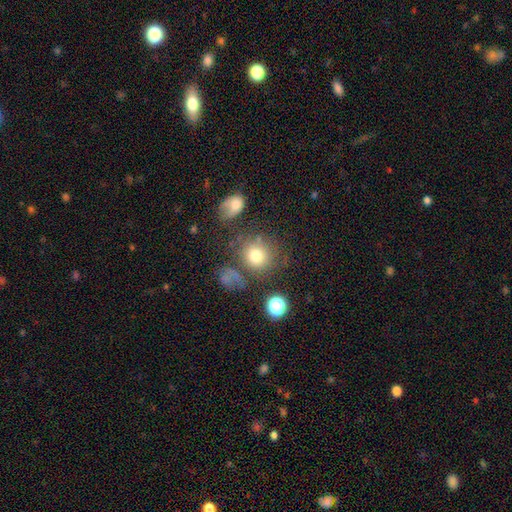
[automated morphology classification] A smooth galaxy with no disk features (75%) that is round (81%).

Vote fractions:
- Smooth or featured? smooth: 75% / star or artifact: 14% / featured or disk: 10%
- How rounded? round: 81% / in between: 18% / cigar-shaped: 1%
- Merging? none: 64% / minor disturbance: 15% / merger: 12% / major disturbance: 9%